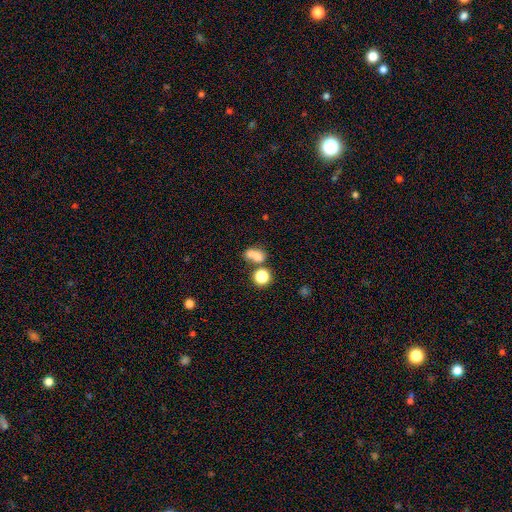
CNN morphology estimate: This is likely a smooth galaxy (70%). How rounded: possibly in between (50%). Merging: possibly merger (54%).